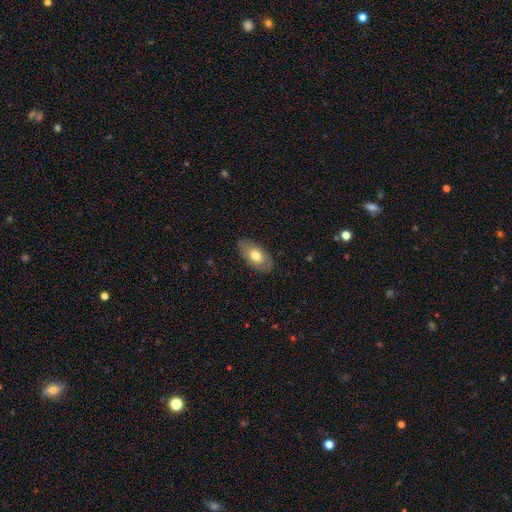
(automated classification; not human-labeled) Smooth or featured? smooth (67%)
How rounded? in between (92%)
Merging? none (82%)